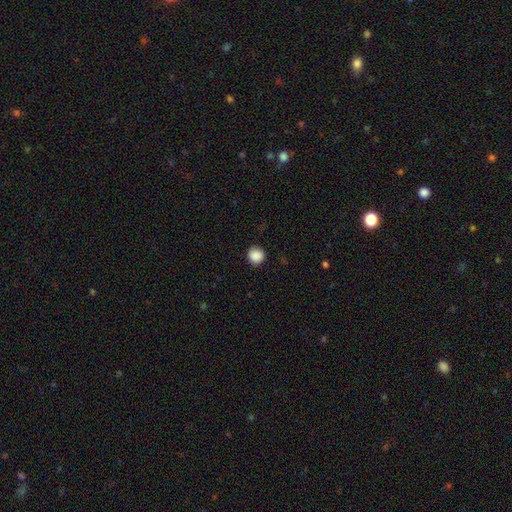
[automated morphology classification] Smooth or featured? smooth (88%)
How rounded? round (93%)
Merging? none (90%)